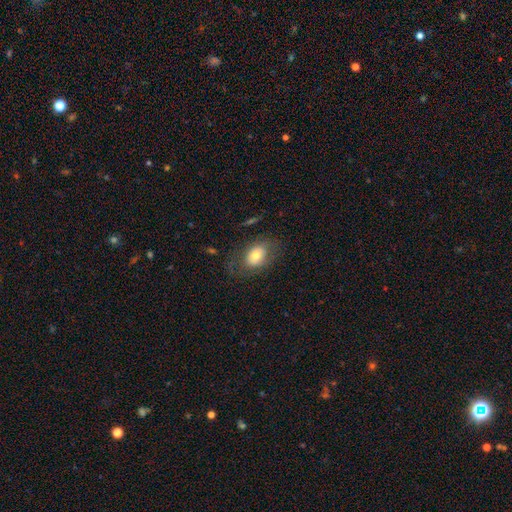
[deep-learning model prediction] This is likely a smooth galaxy (67%). How rounded: likely in between (80%). Merging: likely none (66%).